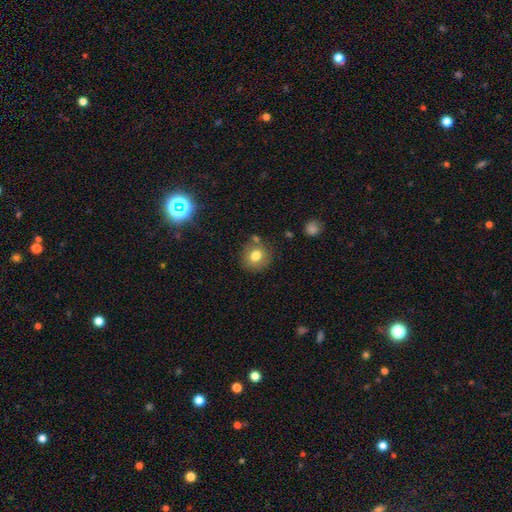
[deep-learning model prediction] This appears to be a smooth galaxy with no disk features (77%) that is round (86%). Merging: none (76%).